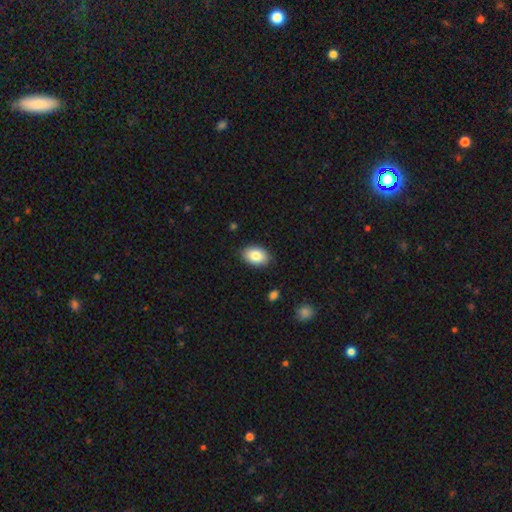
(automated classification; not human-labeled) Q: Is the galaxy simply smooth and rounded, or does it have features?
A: smooth — 84%.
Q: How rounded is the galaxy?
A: in between — 87%.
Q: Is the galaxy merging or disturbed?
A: none — 87%.